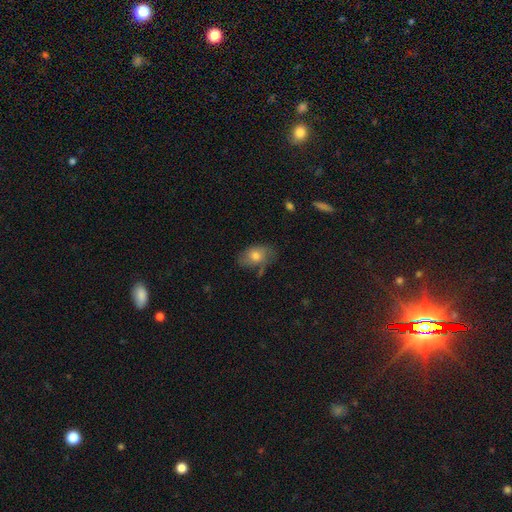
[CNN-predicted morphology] This appears to be a smooth galaxy with no disk features (70%) that is in between round and cigar-shaped (83%). Merging: none (58%).